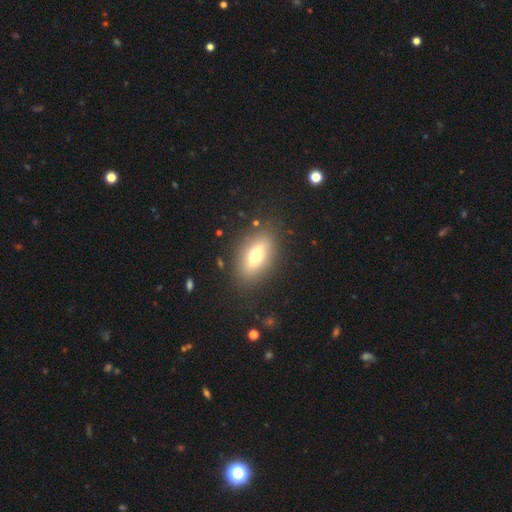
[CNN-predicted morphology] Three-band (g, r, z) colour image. It shows a smooth galaxy with no disk features (61%) that is in between round and cigar-shaped (80%). Merging: none (84%).